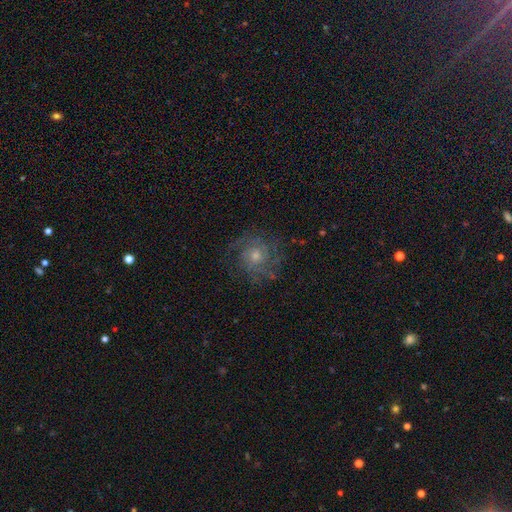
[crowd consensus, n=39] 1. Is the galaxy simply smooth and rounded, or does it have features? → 72% featured or disk, 23% smooth, 5% star or artifact.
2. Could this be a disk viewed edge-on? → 100% no, 0% yes.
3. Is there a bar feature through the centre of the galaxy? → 82% no, 14% weak, 4% strong.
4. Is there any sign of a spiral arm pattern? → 86% yes, 14% no.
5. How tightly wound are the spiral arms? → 67% tight, 21% medium, 12% loose.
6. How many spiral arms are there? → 50% can't tell, 29% 2, 17% 3, 4% 4, 0% 1, 0% more than 4.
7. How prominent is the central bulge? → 50% moderate, 36% small, 11% none, 4% large, 0% dominant.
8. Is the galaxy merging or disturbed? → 78% none, 14% minor disturbance, 8% major disturbance, 0% merger.